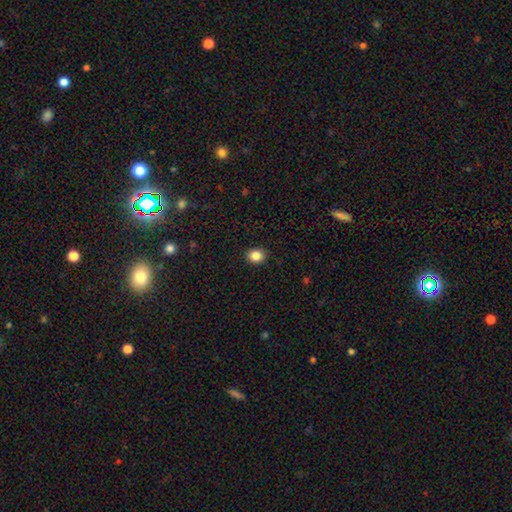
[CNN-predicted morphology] Overall: smooth (86%). How rounded: round (59%; in between 40%). Merging: none (89%).